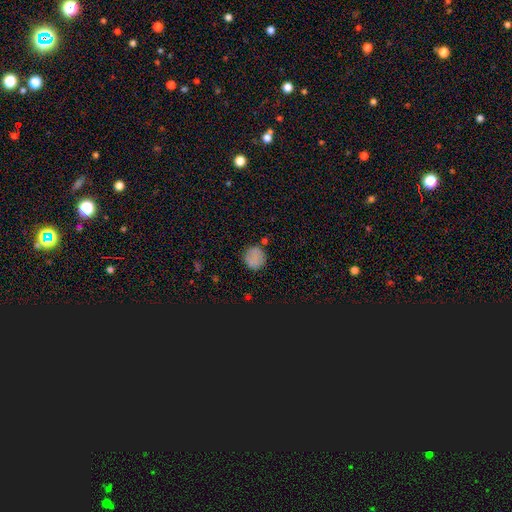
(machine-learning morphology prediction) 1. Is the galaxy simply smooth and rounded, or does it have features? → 78% smooth, 15% star or artifact, 7% featured or disk.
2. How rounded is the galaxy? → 90% round, 9% in between, 1% cigar-shaped.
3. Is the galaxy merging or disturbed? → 78% none, 14% minor disturbance, 4% merger, 4% major disturbance.